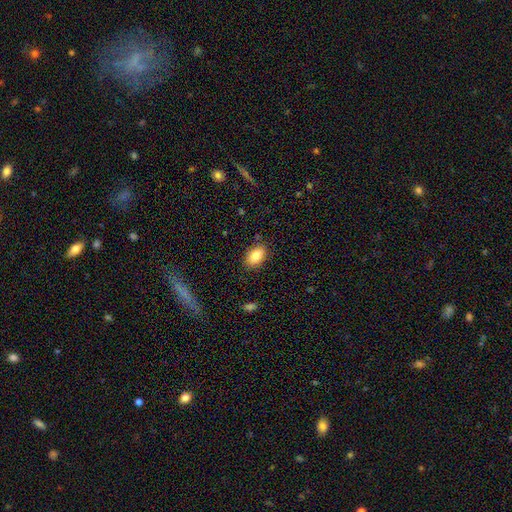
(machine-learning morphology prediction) Smooth or featured?
  - smooth: 83% *
  - featured or disk: 9%
  - star or artifact: 8%
How rounded?
  - in between: 88% *
  - round: 11%
  - cigar-shaped: 2%
Merging?
  - none: 85% *
  - minor disturbance: 11%
  - major disturbance: 3%
  - merger: 2%